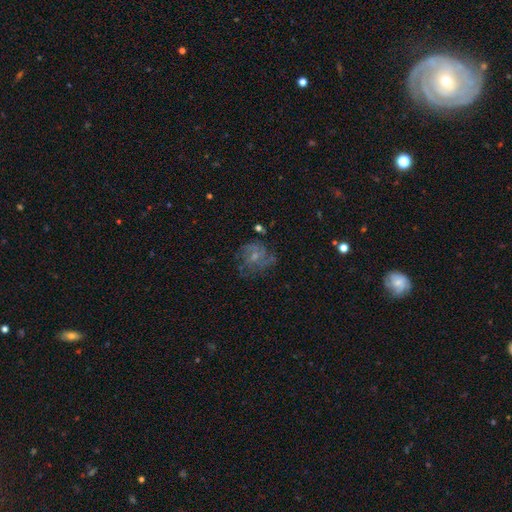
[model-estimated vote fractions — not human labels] smooth-or-featured: featured or disk: 63% | smooth: 25% | star or artifact: 12%
  disk-edge-on: no: 98% | yes: 2%
    bar: no: 68% | weak: 28% | strong: 4%
    has-spiral-arms: yes: 75% | no: 25%
    bulge-size: small: 59% | moderate: 28% | none: 10% | large: 2% | dominant: 1%
  merging: none: 61% | minor disturbance: 21% | major disturbance: 16% | merger: 3%